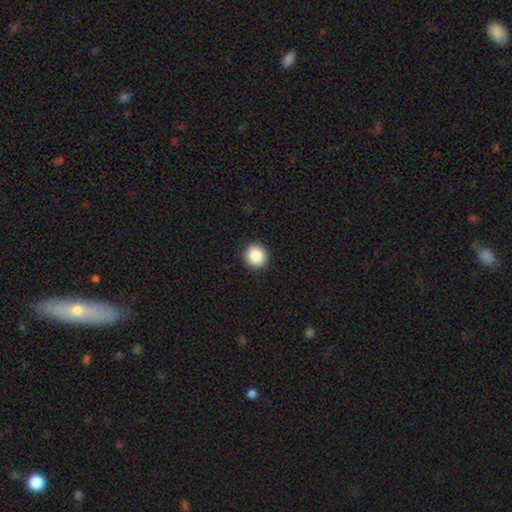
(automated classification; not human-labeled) Smooth or featured?
  - smooth: 88% *
  - star or artifact: 9%
  - featured or disk: 4%
How rounded?
  - round: 92% *
  - in between: 7%
  - cigar-shaped: 1%
Merging?
  - none: 92% *
  - minor disturbance: 5%
  - major disturbance: 2%
  - merger: 1%